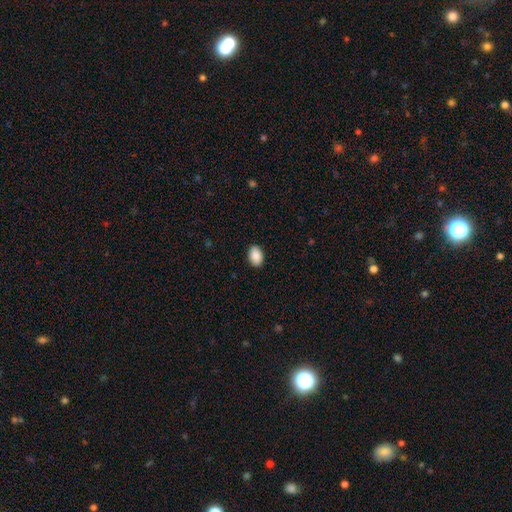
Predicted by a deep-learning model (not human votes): Q: Smooth or featured?
A: smooth (89%); runner-up: star or artifact (7%)
Q: How rounded?
A: in between (90%); runner-up: round (9%)
Q: Merging?
A: none (90%); runner-up: minor disturbance (8%)